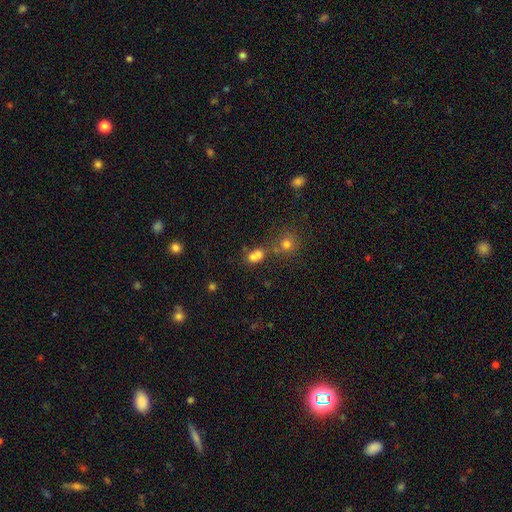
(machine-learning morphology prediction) A smooth galaxy with no disk features (68%) that is round (61%).

Vote fractions:
- Smooth or featured? smooth: 68% / star or artifact: 18% / featured or disk: 14%
- How rounded? round: 61% / in between: 37% / cigar-shaped: 2%
- Merging? merger: 53% / none: 34% / minor disturbance: 8% / major disturbance: 5%